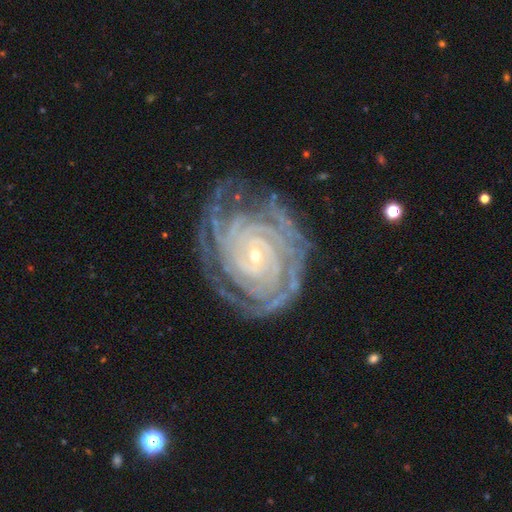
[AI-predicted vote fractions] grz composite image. It shows a featured or disk galaxy (92%) with no bar (61%), 4 (24%) tight (86%) spiral arms (98%) and a small central bulge (82%). Merging: none (73%).